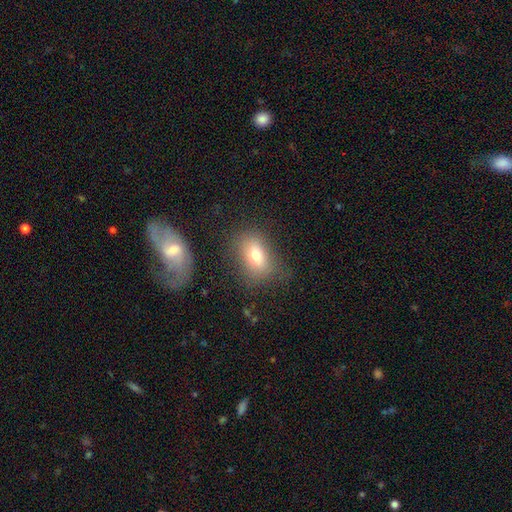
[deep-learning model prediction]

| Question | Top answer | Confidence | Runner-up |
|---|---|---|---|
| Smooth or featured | smooth | 73% | featured or disk (16%) |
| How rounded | in between | 76% | round (21%) |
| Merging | none | 71% | minor disturbance (18%) |